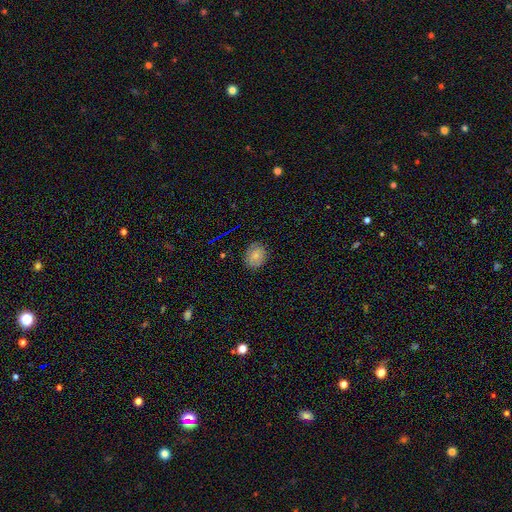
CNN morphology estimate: A smooth galaxy with no disk features (74%) that is round (51%). Merging: none (83%).